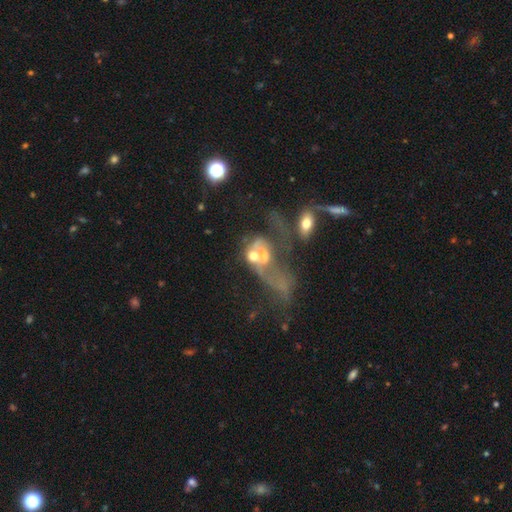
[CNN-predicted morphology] This appears to be a featured or disk galaxy (53%) with no bar (82%), no spiral arms (64%) and a moderate central bulge (49%). Merging: merger (61%).